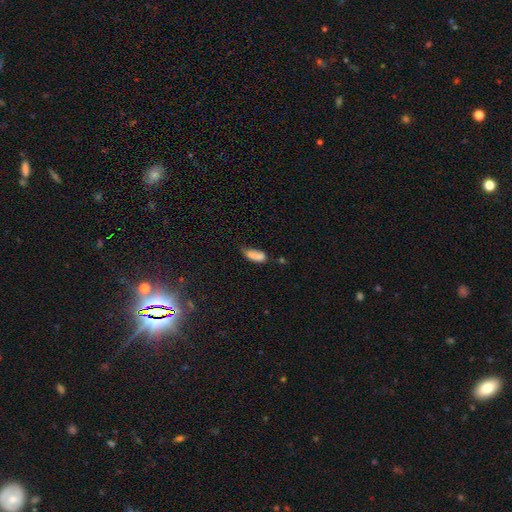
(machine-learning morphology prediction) A smooth galaxy with no disk features (80%) that is in between round and cigar-shaped (73%).

Vote fractions:
- Smooth or featured? smooth: 80% / featured or disk: 11% / star or artifact: 9%
- How rounded? in between: 73% / cigar-shaped: 25% / round: 3%
- Merging? none: 39% / minor disturbance: 36% / major disturbance: 16% / merger: 9%